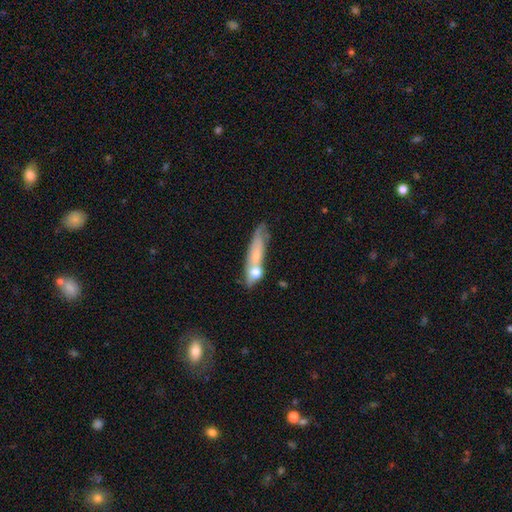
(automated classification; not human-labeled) smooth-or-featured: smooth: 52% | featured or disk: 38% | star or artifact: 10%
  how-rounded: cigar-shaped: 75% | in between: 19% | round: 5%
  merging: none: 49% | minor disturbance: 21% | merger: 19% | major disturbance: 11%